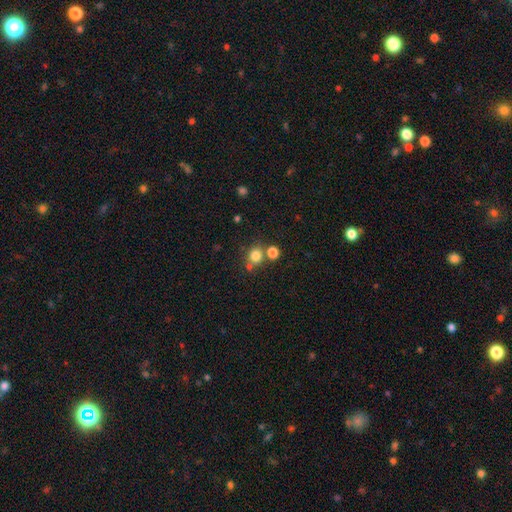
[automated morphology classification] A smooth galaxy with no disk features (79%) that is round (84%). Merging: none (65%).